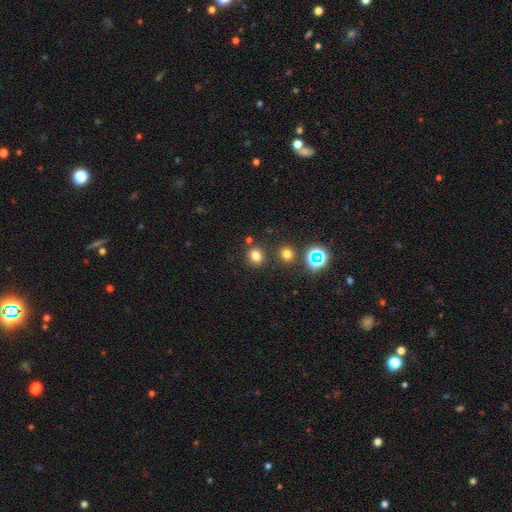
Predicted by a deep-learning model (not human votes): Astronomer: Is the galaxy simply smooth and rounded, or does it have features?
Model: smooth — 76%.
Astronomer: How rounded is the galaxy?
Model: round — 73%.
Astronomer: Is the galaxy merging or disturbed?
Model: none — 81%.